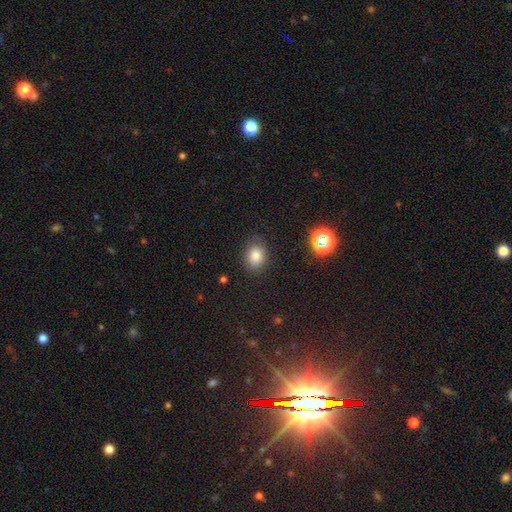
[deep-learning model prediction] Morphology: type=smooth (80%); roundness=in between (52%); merging=none (82%).